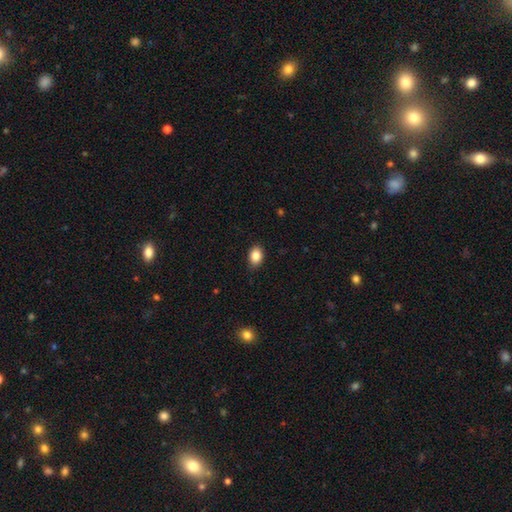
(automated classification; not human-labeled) Smooth or featured: smooth — 86% (star or artifact — 9%)
How rounded: in between — 77% (round — 22%)
Merging: none — 84% (minor disturbance — 13%)